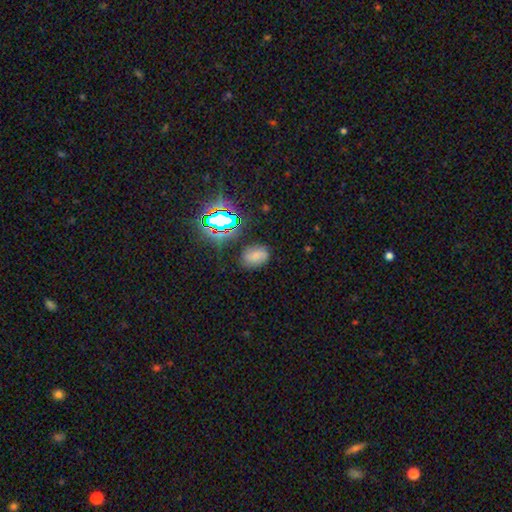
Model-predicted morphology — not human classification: smooth 62%, star or artifact 21%, featured or disk 17%. Down the decision tree: how rounded — in between (75%); merging — none (75%).